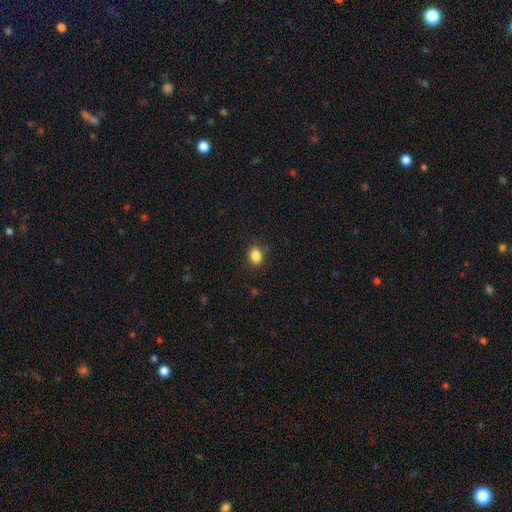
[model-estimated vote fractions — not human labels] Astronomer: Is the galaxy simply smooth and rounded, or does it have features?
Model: smooth — 86%.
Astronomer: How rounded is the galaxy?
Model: in between — 61% (runner-up: round, 38%).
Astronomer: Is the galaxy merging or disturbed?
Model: none — 86%.